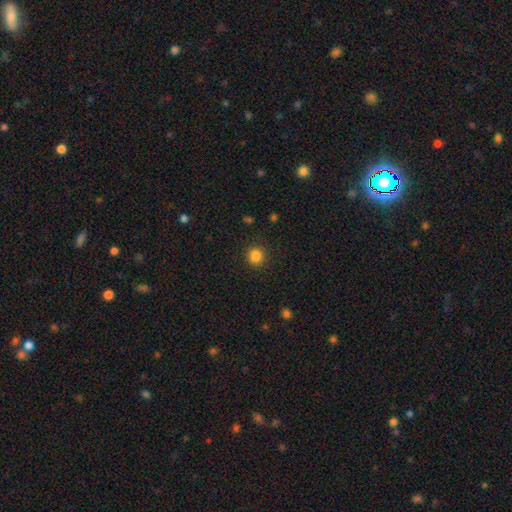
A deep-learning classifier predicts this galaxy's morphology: The model was most divided on "smooth or featured": smooth: 85%, star or artifact: 12%, featured or disk: 3%. More confident: merging — none (89%); how rounded — round (87%).